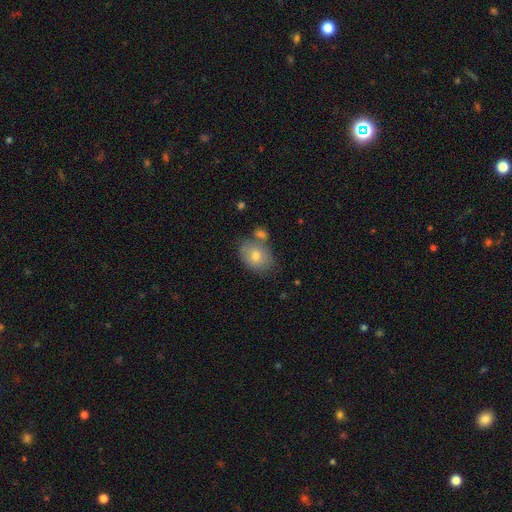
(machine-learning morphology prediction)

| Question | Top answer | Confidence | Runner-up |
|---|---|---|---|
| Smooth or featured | smooth | 72% | featured or disk (19%) |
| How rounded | in between | 68% | round (31%) |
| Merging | none | 61% | merger (18%) |